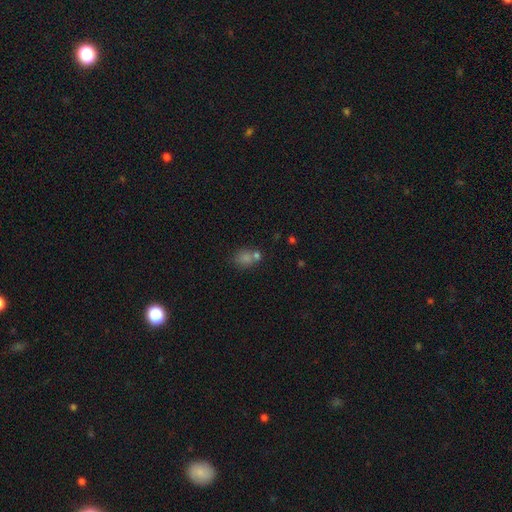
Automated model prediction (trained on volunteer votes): This is possibly a star or artifact rather than a galaxy (45%).